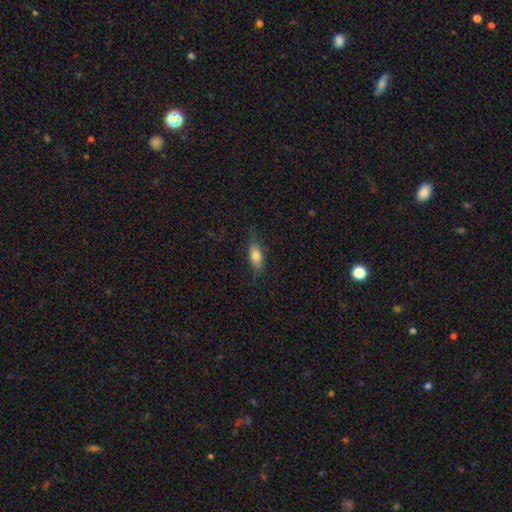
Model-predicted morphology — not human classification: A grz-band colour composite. It shows a smooth galaxy with no disk features (74%) that is in between round and cigar-shaped (77%). Merging: none (73%).